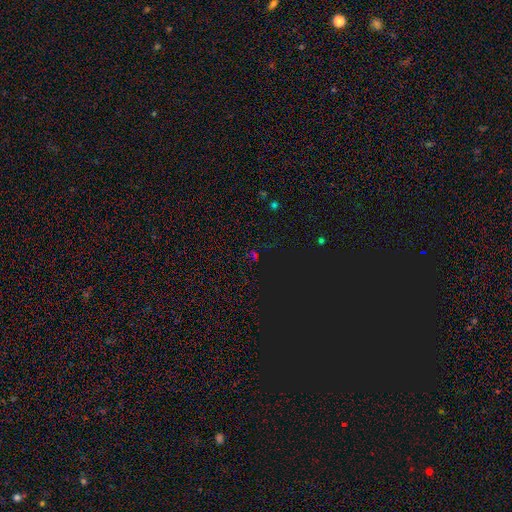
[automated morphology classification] type=star or artifact (69%).